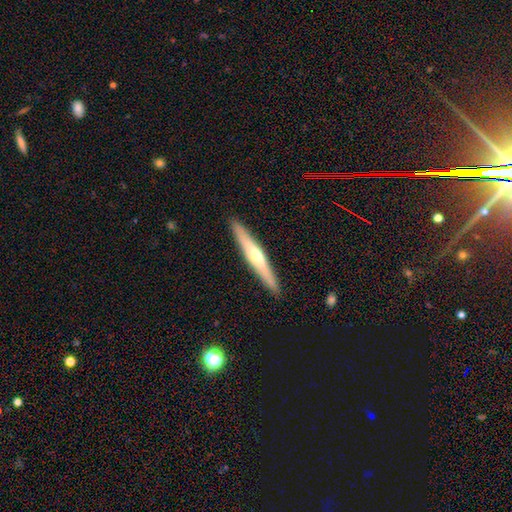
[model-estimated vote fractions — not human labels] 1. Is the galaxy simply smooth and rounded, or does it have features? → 59% featured or disk, 36% smooth, 6% star or artifact.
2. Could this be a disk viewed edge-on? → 95% yes, 5% no.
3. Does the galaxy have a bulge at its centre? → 80% rounded, 15% none, 5% boxy.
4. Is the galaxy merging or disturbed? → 91% none, 6% minor disturbance, 1% major disturbance, 1% merger.